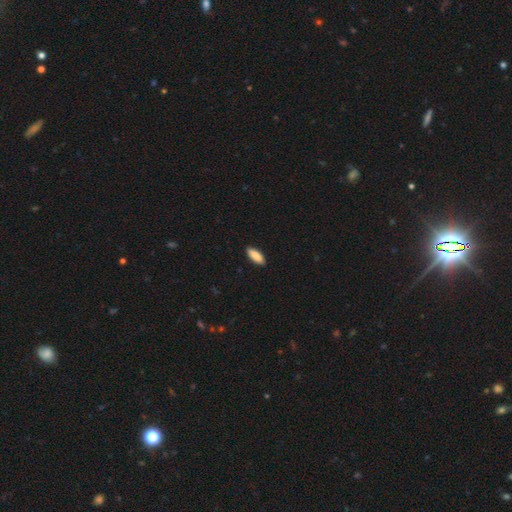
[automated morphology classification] type=smooth (89%); roundness=in between (71%); merging=none (90%).